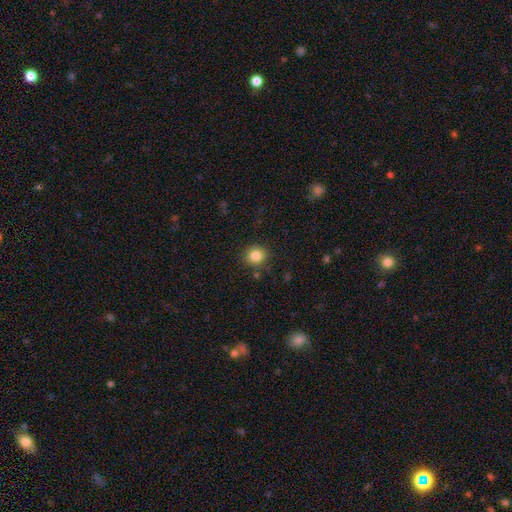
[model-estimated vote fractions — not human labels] Q: Smooth or featured?
A: smooth (84%); runner-up: star or artifact (11%)
Q: How rounded?
A: round (88%); runner-up: in between (11%)
Q: Merging?
A: none (87%); runner-up: minor disturbance (8%)